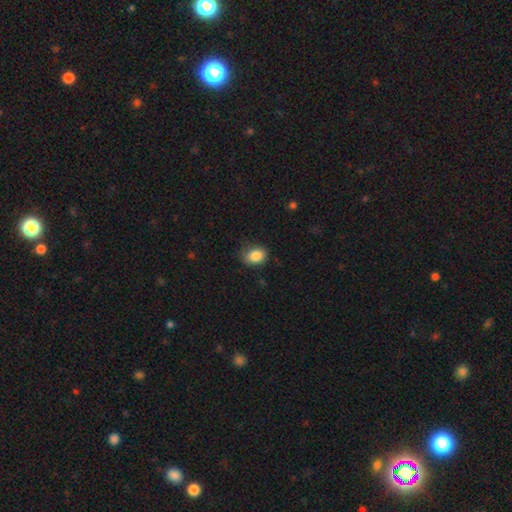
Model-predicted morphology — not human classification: This is clearly a smooth galaxy (85%). How rounded: likely in between (62%). Merging: likely none (70%).